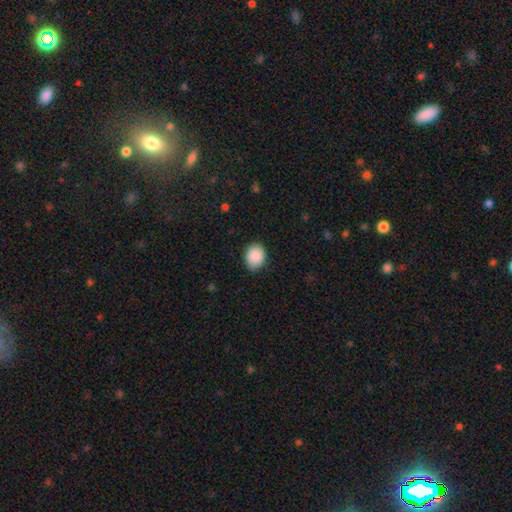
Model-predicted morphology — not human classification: This is clearly a smooth galaxy (89%). How rounded: possibly round (52%). Merging: clearly none (83%).